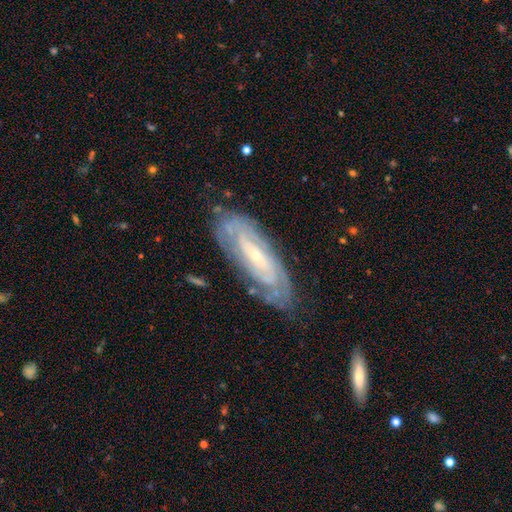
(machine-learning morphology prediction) This is clearly a featured or disk galaxy (81%). It is clearly not viewed edge-on (86%). Bar: possibly no (49%). Spiral arm pattern: clearly yes (91%). Spiral arm count: possibly can't tell (51%). Spiral winding: likely tight (72%). Central bulge: likely small (77%). Merging: likely none (75%).